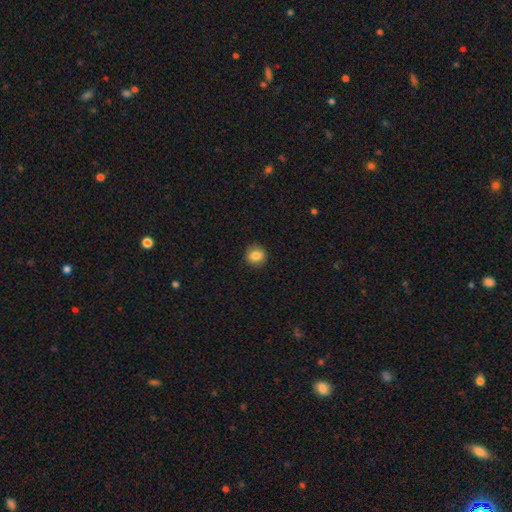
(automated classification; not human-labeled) smooth 84%, star or artifact 10%, featured or disk 6%. Down the decision tree: how rounded — round (86%); merging — none (90%).